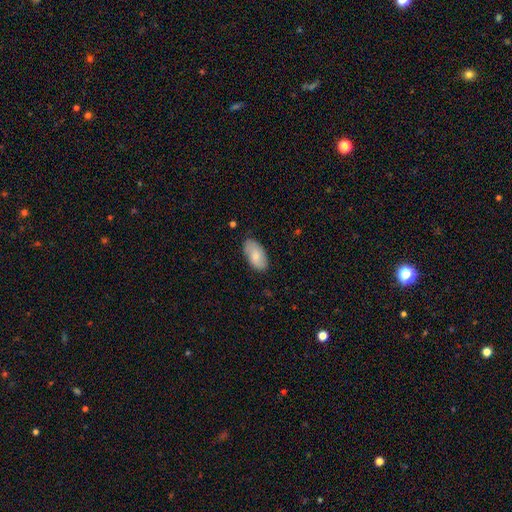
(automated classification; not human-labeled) Q: Smooth or featured?
A: smooth (75%); runner-up: featured or disk (19%)
Q: How rounded?
A: in between (95%); runner-up: round (3%)
Q: Merging?
A: none (80%); runner-up: minor disturbance (16%)